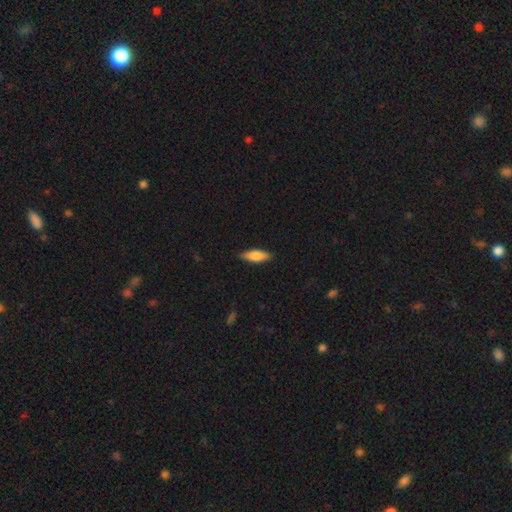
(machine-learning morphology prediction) A smooth galaxy with no disk features (72%) that is in between round and cigar-shaped (52%). Merging: none (88%).